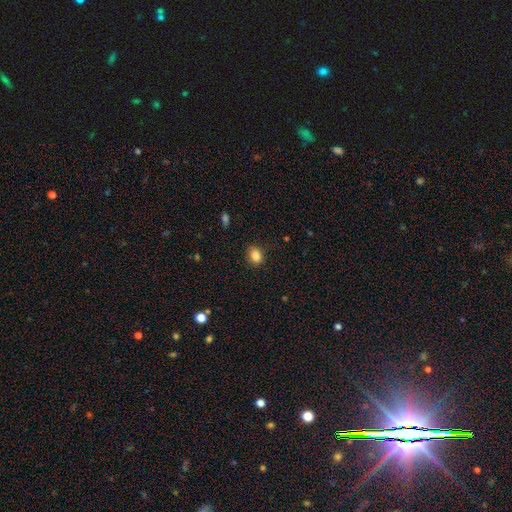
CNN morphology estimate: A smooth galaxy with no disk features (87%) that is in between round and cigar-shaped (57%). Merging: none (84%).